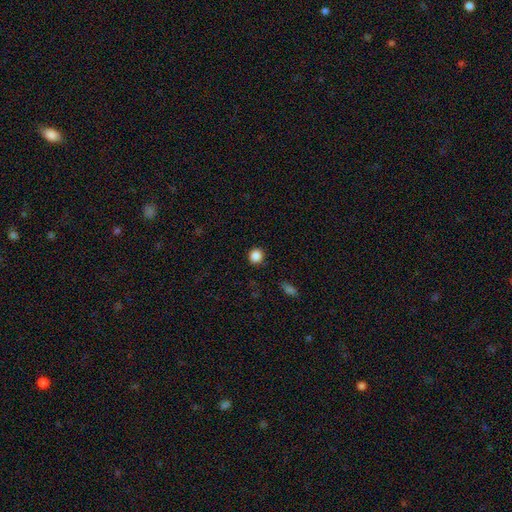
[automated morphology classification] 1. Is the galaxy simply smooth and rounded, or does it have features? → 86% smooth, 11% star or artifact, 3% featured or disk.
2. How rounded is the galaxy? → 93% round, 6% in between, 1% cigar-shaped.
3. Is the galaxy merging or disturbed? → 91% none, 6% minor disturbance, 2% major disturbance, 1% merger.